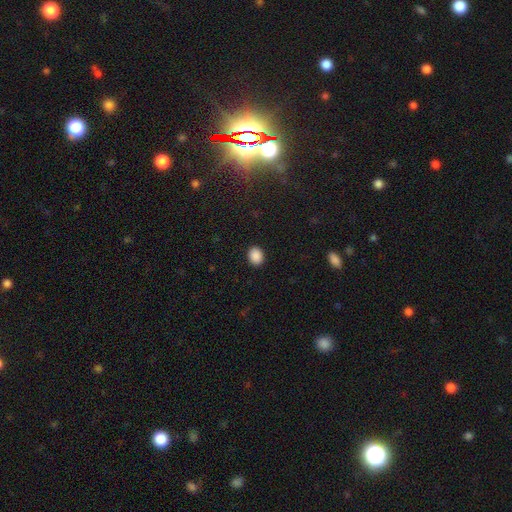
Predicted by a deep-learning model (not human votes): Smooth or featured? Predicted: smooth (p=0.89). How rounded? Predicted: round (p=0.51). Merging? Predicted: none (p=0.91).